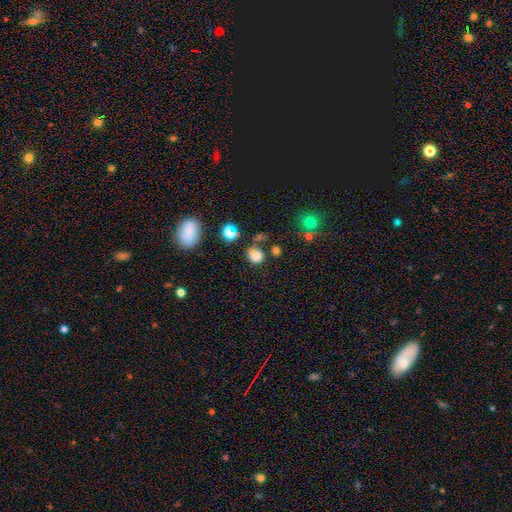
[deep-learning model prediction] This is likely a smooth galaxy (77%). How rounded: likely round (65%). Merging: likely none (61%).